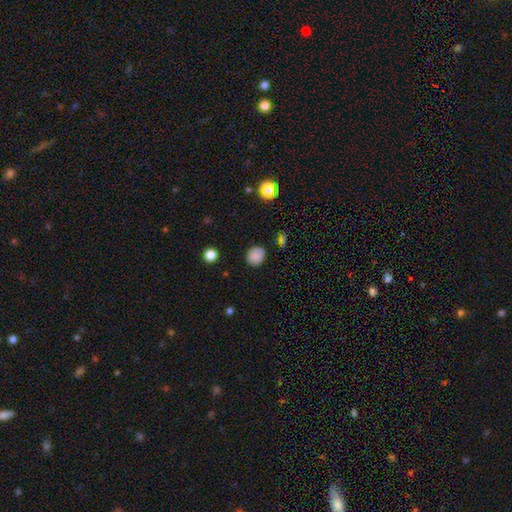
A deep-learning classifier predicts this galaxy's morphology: This is clearly a smooth galaxy (84%). How rounded: clearly round (82%). Merging: clearly none (81%).